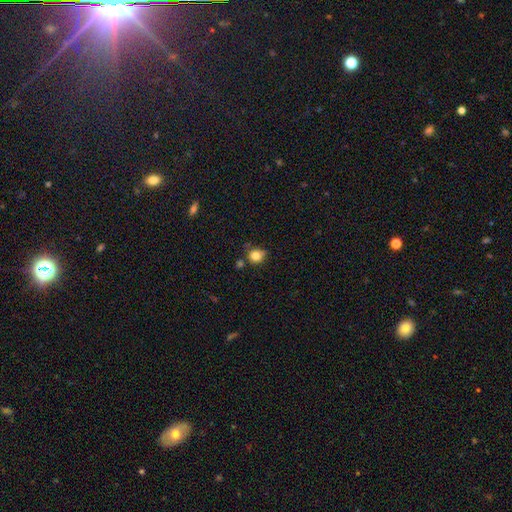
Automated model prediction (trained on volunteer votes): Morphology: type=smooth (82%); roundness=round (76%); merging=none (68%).